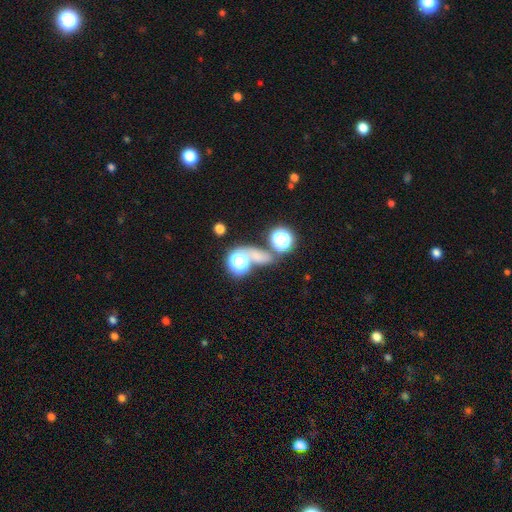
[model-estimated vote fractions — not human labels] smooth 53%, star or artifact 35%, featured or disk 12%. Down the decision tree: how rounded — round (55%); merging — none (51%).